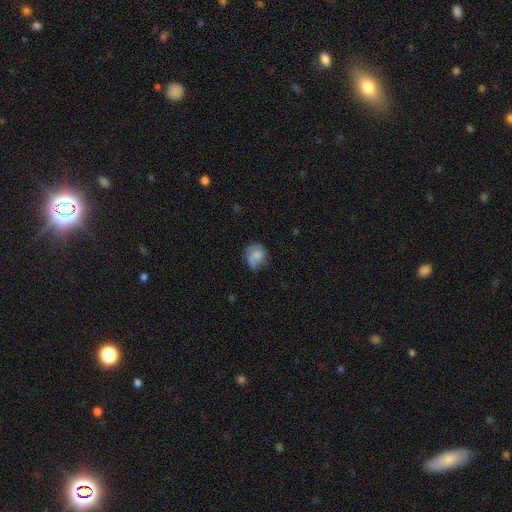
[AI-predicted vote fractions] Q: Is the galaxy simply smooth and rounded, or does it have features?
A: smooth — 61%.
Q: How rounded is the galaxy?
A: round — 70%.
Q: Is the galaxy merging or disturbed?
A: none — 55%.